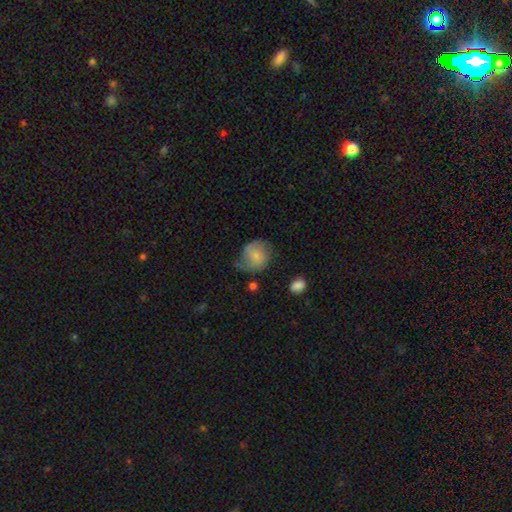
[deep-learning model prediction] Smooth or featured?
  - smooth: 61% *
  - featured or disk: 31%
  - star or artifact: 8%
How rounded?
  - round: 74% *
  - in between: 25%
  - cigar-shaped: 1%
Merging?
  - none: 49% *
  - minor disturbance: 31%
  - major disturbance: 17%
  - merger: 3%